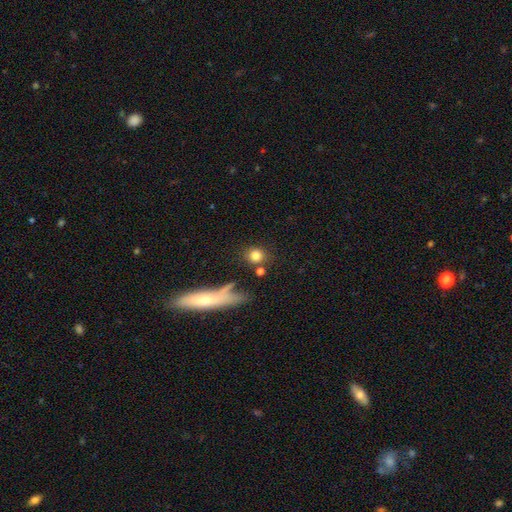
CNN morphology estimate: This is likely a smooth galaxy (80%). How rounded: clearly round (85%). Merging: likely none (75%).